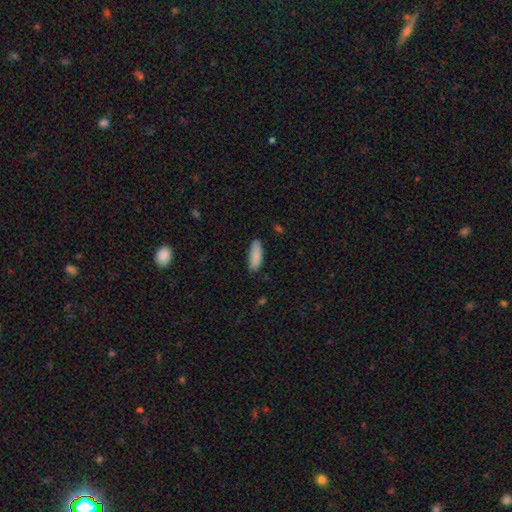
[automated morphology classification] Smooth or featured: smooth — 89% (star or artifact — 6%)
How rounded: in between — 57% (cigar-shaped — 42%)
Merging: none — 83% (minor disturbance — 13%)